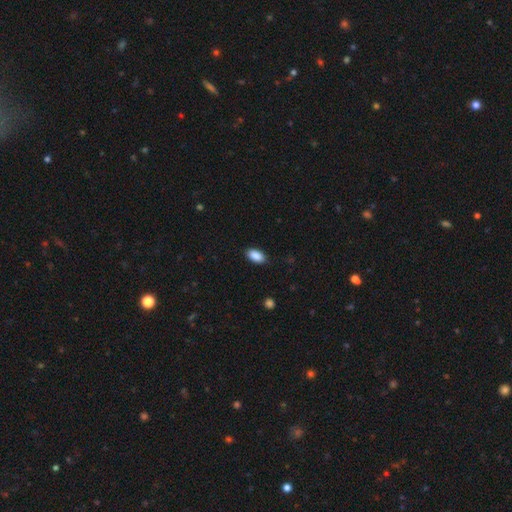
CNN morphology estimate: Smooth or featured: smooth — 89% (star or artifact — 7%)
How rounded: in between — 93% (round — 4%)
Merging: none — 87% (minor disturbance — 10%)